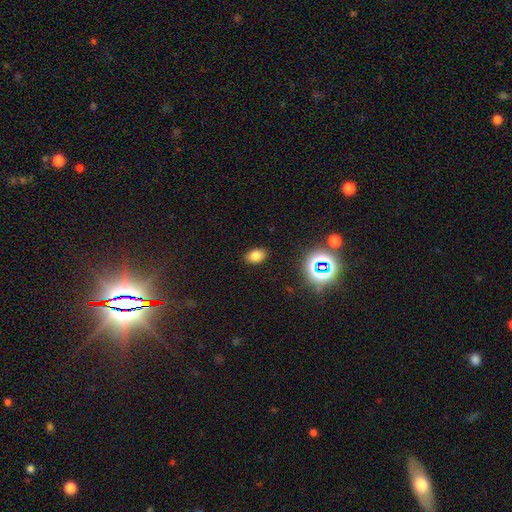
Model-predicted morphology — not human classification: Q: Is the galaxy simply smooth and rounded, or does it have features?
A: smooth — 76%.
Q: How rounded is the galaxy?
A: in between — 82%.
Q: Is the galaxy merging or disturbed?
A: none — 87%.